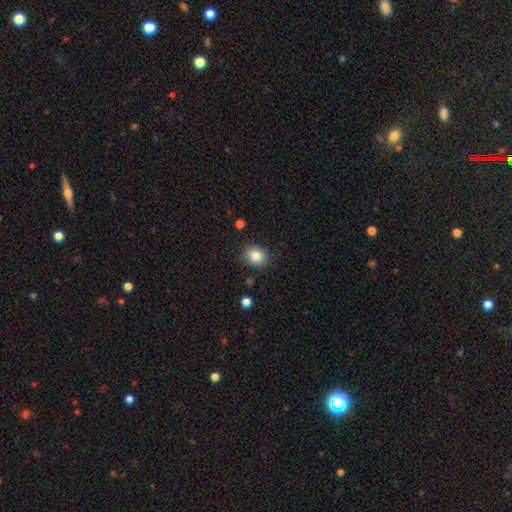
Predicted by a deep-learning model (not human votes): The model was most divided on "how rounded": round: 60%, in between: 39%, cigar-shaped: 1%. More confident: merging — none (86%); smooth or featured — smooth (85%).